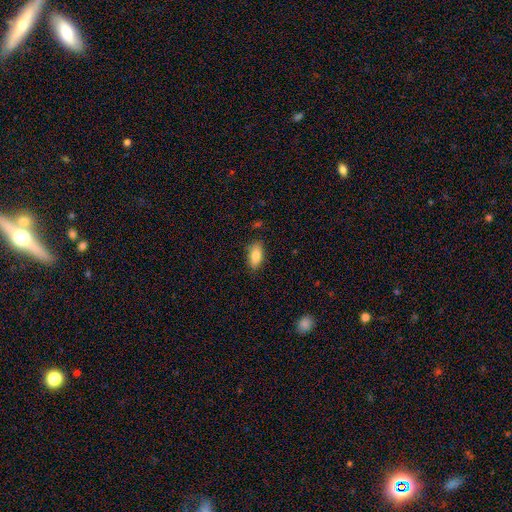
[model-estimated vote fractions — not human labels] Smooth or featured? Predicted: smooth (p=0.82). How rounded? Predicted: in between (p=0.87). Merging? Predicted: none (p=0.82).